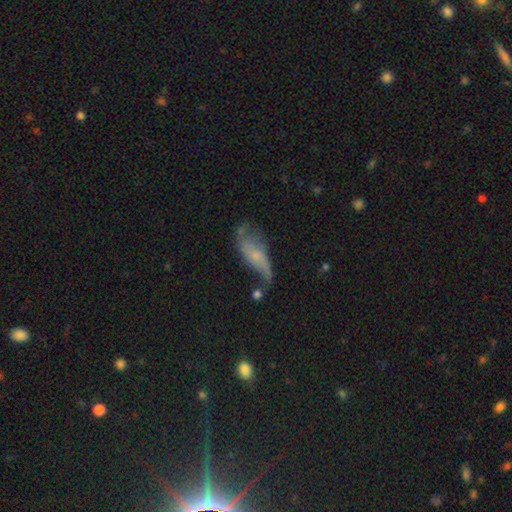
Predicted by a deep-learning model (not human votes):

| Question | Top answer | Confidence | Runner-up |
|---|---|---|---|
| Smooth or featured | featured or disk | 50% | smooth (41%) |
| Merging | none | 35% | minor disturbance (31%) |